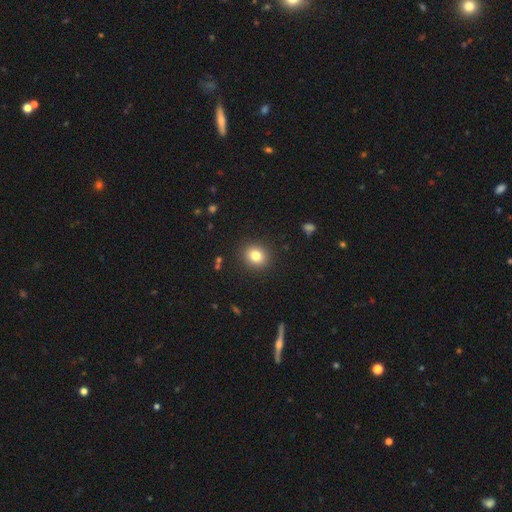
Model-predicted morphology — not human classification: Smooth or featured? Predicted: smooth (p=0.81). How rounded? Predicted: round (p=0.79). Merging? Predicted: none (p=0.90).